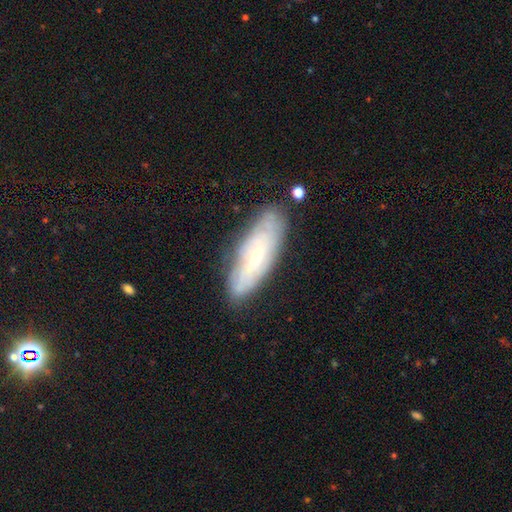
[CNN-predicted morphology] A featured or disk galaxy (52%).

Vote fractions:
- Smooth or featured? featured or disk: 52% / smooth: 40% / star or artifact: 8%
- Edge-on disk? no: 70% / yes: 30%
- Merging? none: 78% / minor disturbance: 16% / major disturbance: 4% / merger: 2%